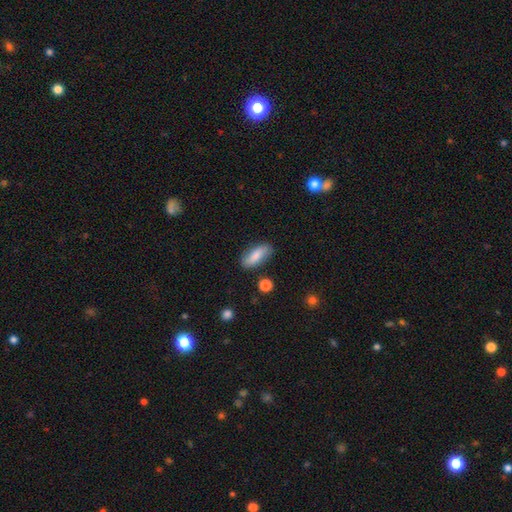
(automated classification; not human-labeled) This is likely a smooth galaxy (79%). How rounded: likely in between (77%). Merging: clearly none (83%).